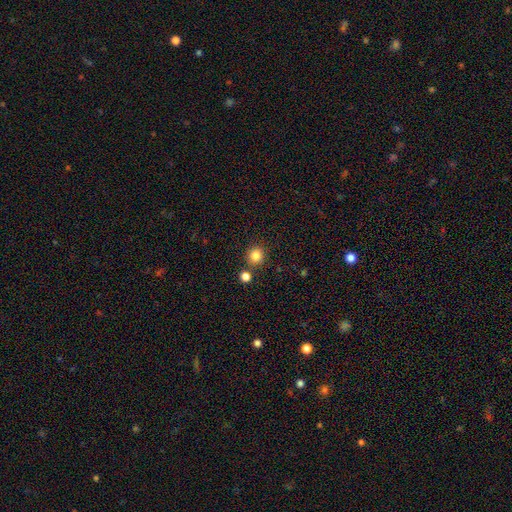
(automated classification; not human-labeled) The model was most divided on "smooth or featured": smooth: 84%, star or artifact: 12%, featured or disk: 4%. More confident: how rounded — round (91%); merging — none (82%).